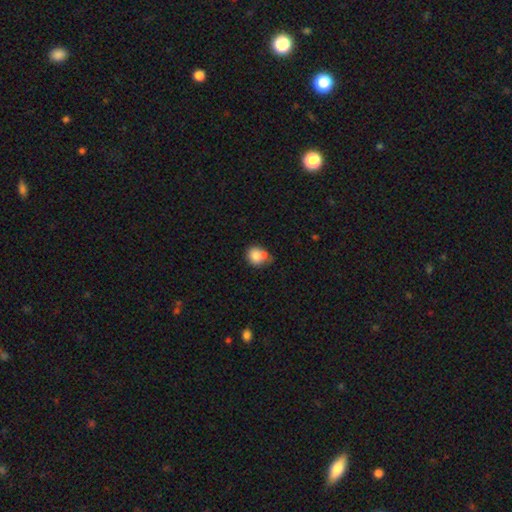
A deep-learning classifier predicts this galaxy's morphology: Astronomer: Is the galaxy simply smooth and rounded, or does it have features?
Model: smooth — 77%.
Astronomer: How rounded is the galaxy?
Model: round — 66%.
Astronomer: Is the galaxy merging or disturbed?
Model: merger — 41% (runner-up: none, 39%).